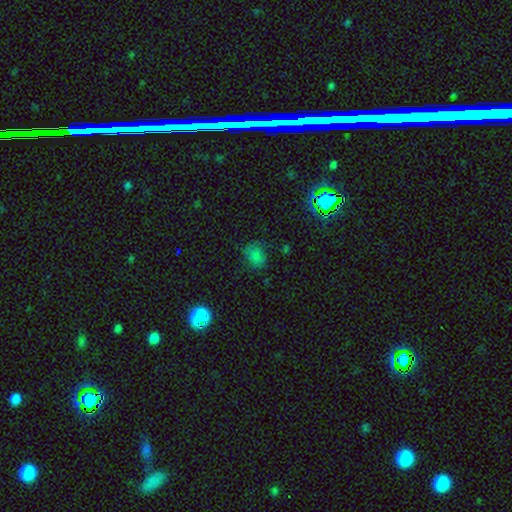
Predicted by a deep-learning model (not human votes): A smooth galaxy with no disk features (68%) that is in between round and cigar-shaped (56%). Merging: none (60%).